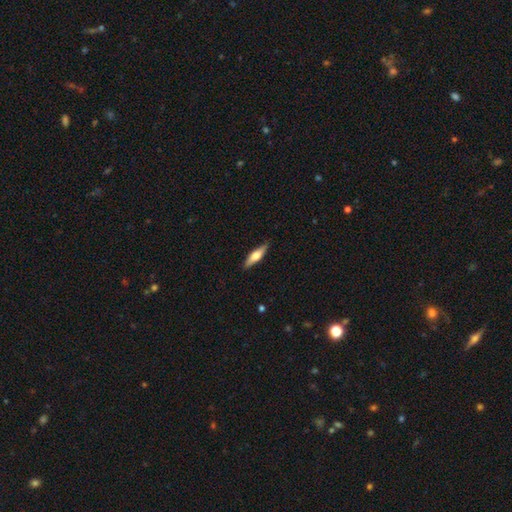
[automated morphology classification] This is possibly a smooth galaxy (55%). How rounded: likely cigar-shaped (67%). Merging: clearly none (86%).